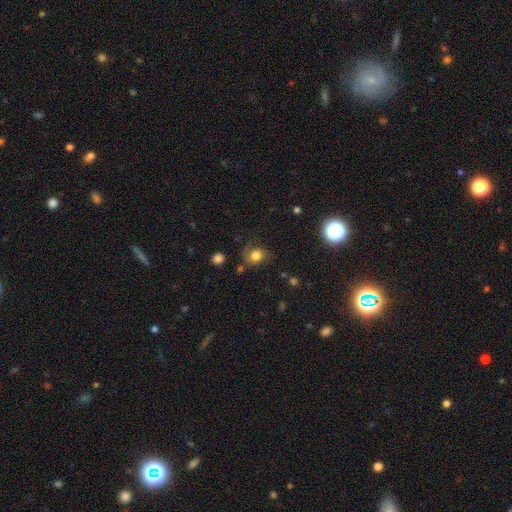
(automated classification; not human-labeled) Morphology: type=smooth (73%); roundness=round (70%); merging=none (61%).